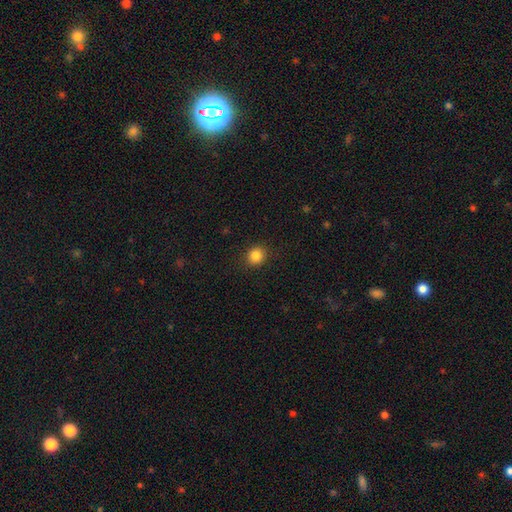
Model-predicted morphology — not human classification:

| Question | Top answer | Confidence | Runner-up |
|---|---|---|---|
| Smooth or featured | smooth | 84% | star or artifact (11%) |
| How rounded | round | 82% | in between (18%) |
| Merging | none | 89% | minor disturbance (7%) |